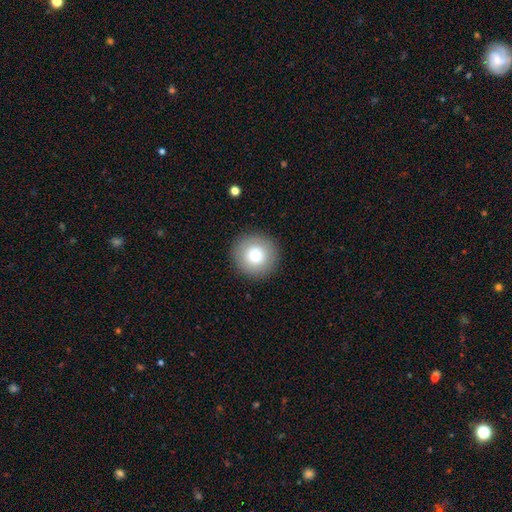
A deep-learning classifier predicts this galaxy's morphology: This appears to be a smooth galaxy with no disk features (77%) that is round (95%). Merging: none (92%).